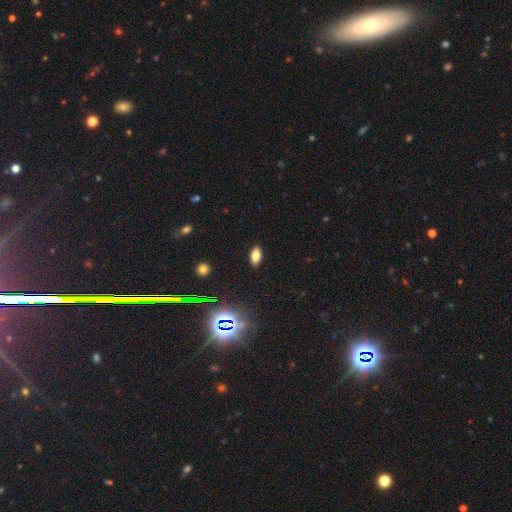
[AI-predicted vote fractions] Smooth or featured?
  - smooth: 77% *
  - star or artifact: 14%
  - featured or disk: 9%
How rounded?
  - in between: 89% *
  - cigar-shaped: 6%
  - round: 4%
Merging?
  - none: 89% *
  - minor disturbance: 8%
  - major disturbance: 2%
  - merger: 1%